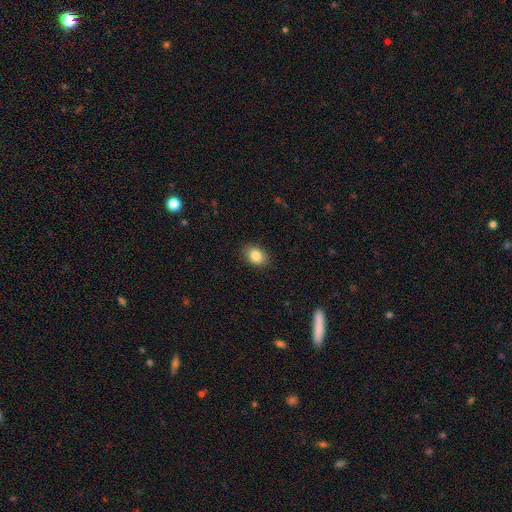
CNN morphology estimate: smooth-or-featured: smooth: 85% | star or artifact: 9% | featured or disk: 6%
  how-rounded: in between: 72% | round: 27% | cigar-shaped: 1%
  merging: none: 87% | minor disturbance: 9% | major disturbance: 2% | merger: 1%